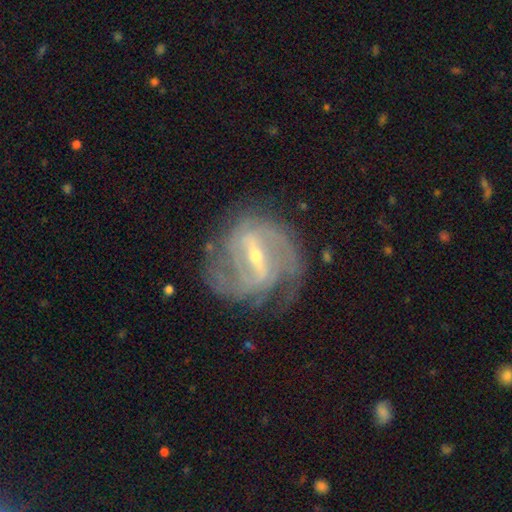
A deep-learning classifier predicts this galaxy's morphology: The model was most divided on "spiral winding": tight: 50%, medium: 40%, loose: 10%. Remaining: spiral arms — yes (97%); edge-on disk — no (96%); smooth or featured — featured or disk (91%); merging — none (72%); bar — strong (66%); bulge size — small (60%); spiral arm count — 2 (43%).